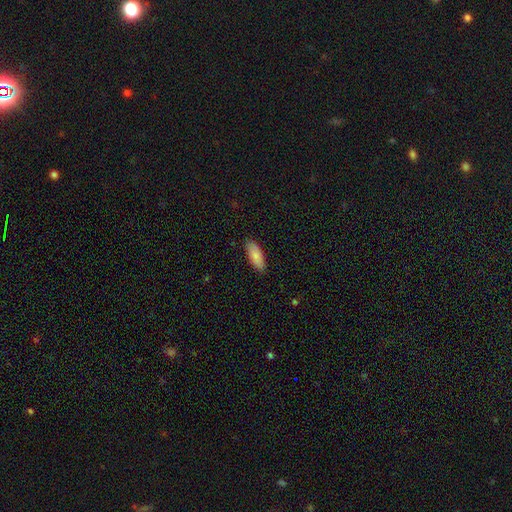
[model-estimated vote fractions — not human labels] Q: Smooth or featured?
A: smooth (85%); runner-up: featured or disk (10%)
Q: How rounded?
A: in between (72%); runner-up: cigar-shaped (26%)
Q: Merging?
A: none (88%); runner-up: minor disturbance (10%)